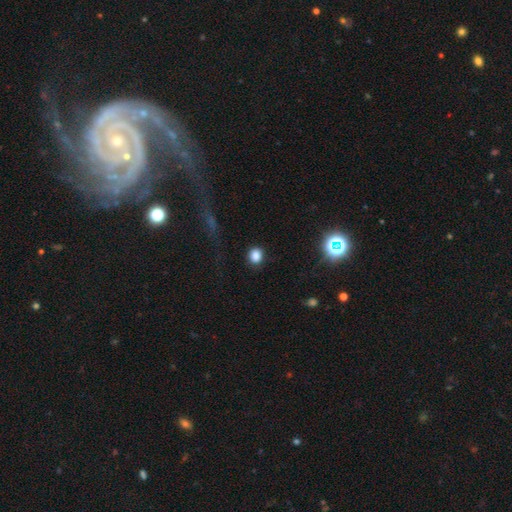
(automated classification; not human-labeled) This is clearly a smooth galaxy (83%). How rounded: likely round (74%). Merging: clearly none (85%).